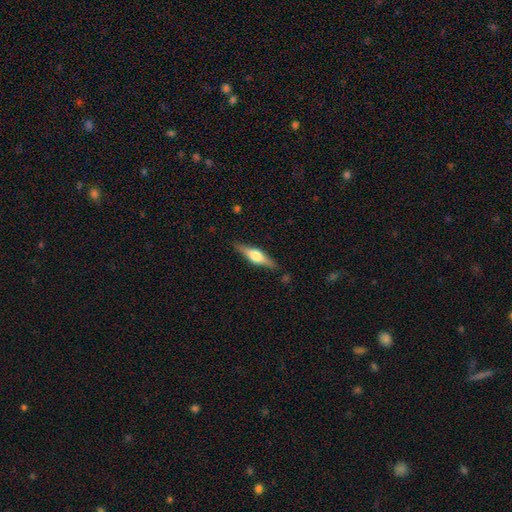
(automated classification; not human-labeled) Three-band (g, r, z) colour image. It shows a featured or disk galaxy (63%) viewed edge-on (96%) with a rounded central bulge (90%). Merging: none (86%).